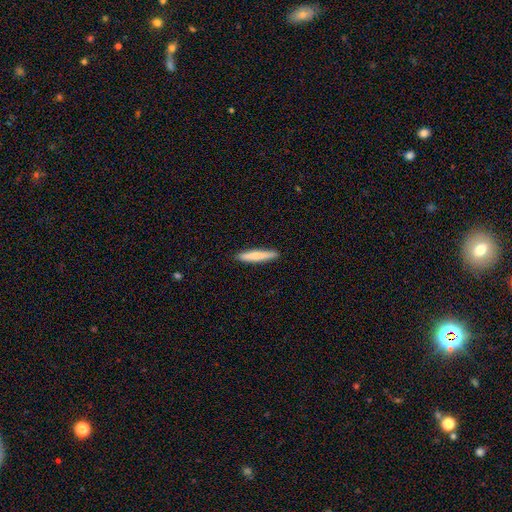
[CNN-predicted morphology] A smooth galaxy with no disk features (70%) that is cigar-shaped (92%). Merging: none (90%).